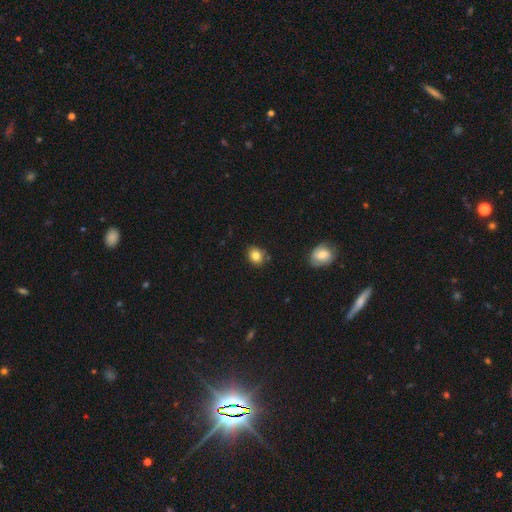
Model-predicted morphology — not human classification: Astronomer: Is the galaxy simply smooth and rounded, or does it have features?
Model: smooth — 83%.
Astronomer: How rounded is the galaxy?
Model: round — 65%.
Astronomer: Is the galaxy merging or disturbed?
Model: none — 82%.